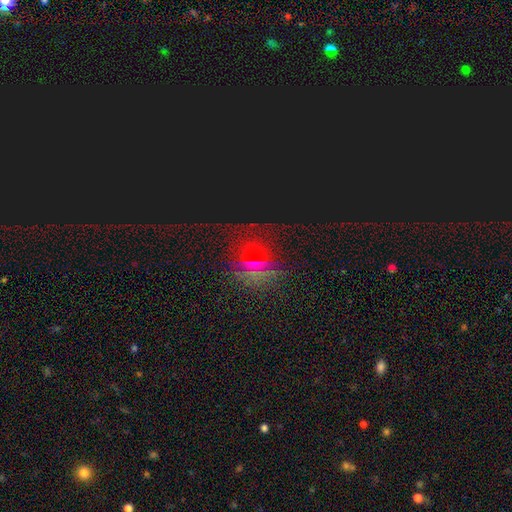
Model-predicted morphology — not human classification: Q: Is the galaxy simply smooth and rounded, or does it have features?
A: star or artifact — 60%.